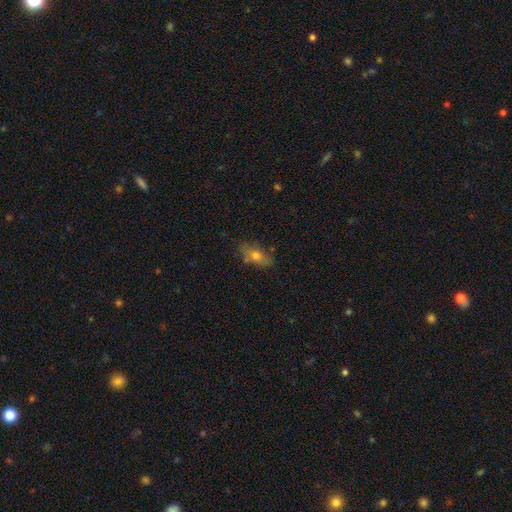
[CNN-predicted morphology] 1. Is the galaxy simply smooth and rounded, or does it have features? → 66% smooth, 25% featured or disk, 10% star or artifact.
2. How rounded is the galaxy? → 80% in between, 12% cigar-shaped, 8% round.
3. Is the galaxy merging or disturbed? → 71% none, 20% minor disturbance, 5% major disturbance, 4% merger.